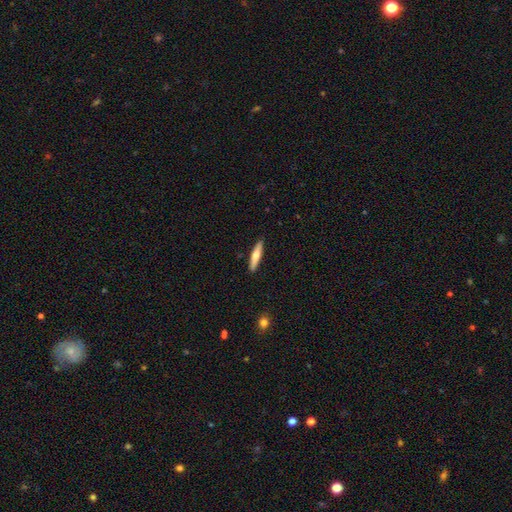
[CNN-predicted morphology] Smooth or featured: smooth — 61% (featured or disk — 34%)
How rounded: cigar-shaped — 88% (in between — 11%)
Merging: none — 91% (minor disturbance — 7%)